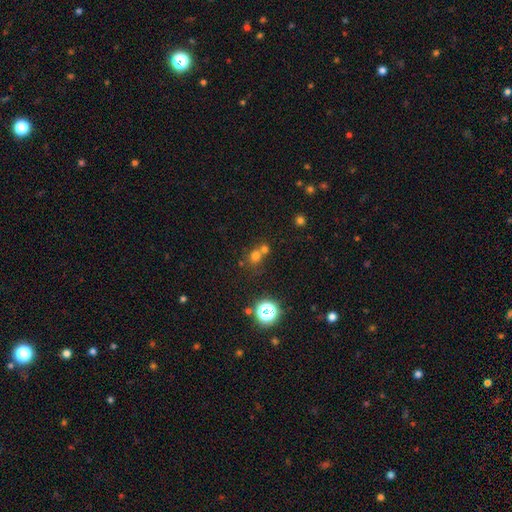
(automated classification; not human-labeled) smooth-or-featured: smooth: 65% | star or artifact: 25% | featured or disk: 10%
  how-rounded: round: 82% | in between: 17% | cigar-shaped: 1%
  merging: none: 49% | merger: 41% | minor disturbance: 7% | major disturbance: 3%